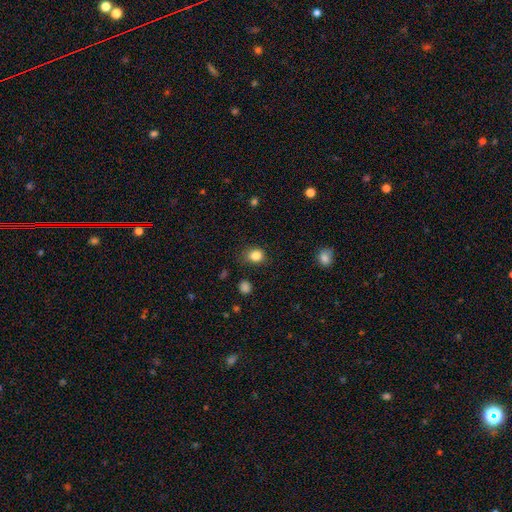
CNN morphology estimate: Smooth or featured?
  - smooth: 85% *
  - star or artifact: 11%
  - featured or disk: 4%
How rounded?
  - round: 64% *
  - in between: 35%
  - cigar-shaped: 1%
Merging?
  - none: 77% *
  - minor disturbance: 17%
  - major disturbance: 4%
  - merger: 2%